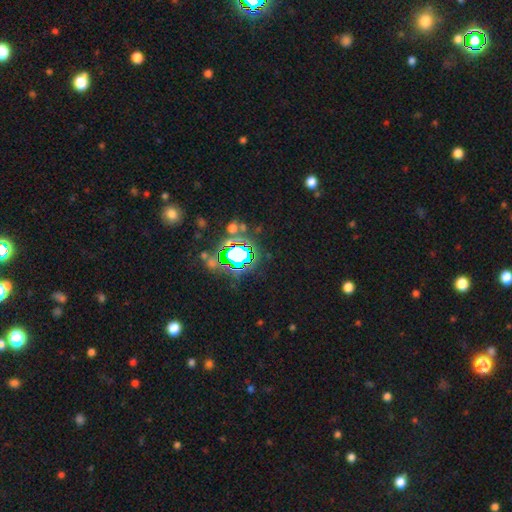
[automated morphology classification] type=star or artifact (78%).